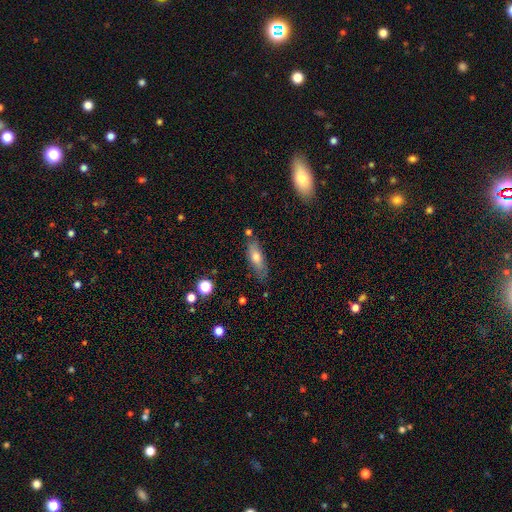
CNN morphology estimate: This is possibly a smooth galaxy (54%). How rounded: possibly in between (59%). Merging: likely none (77%).